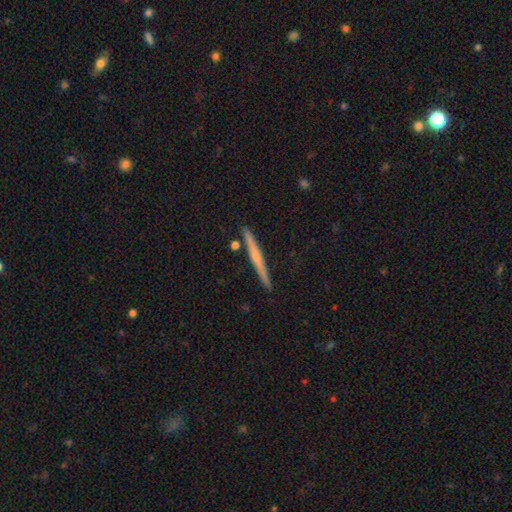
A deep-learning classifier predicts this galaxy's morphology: Q: Smooth or featured?
A: featured or disk (56%); runner-up: smooth (38%)
Q: Edge-on disk?
A: yes (98%); runner-up: no (2%)
Q: Edge-on bulge?
A: none (47%); runner-up: rounded (45%)
Q: Merging?
A: none (89%); runner-up: minor disturbance (7%)